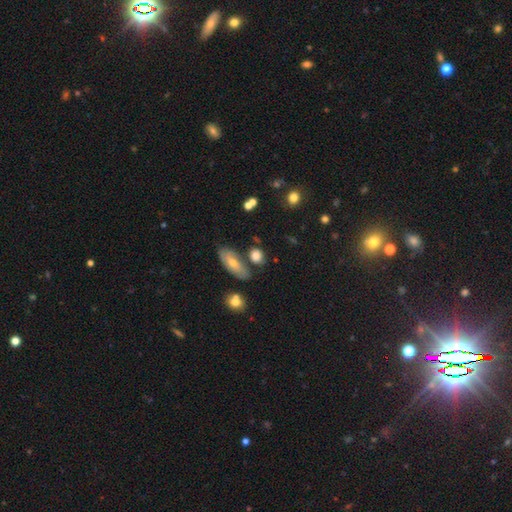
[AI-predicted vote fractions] A smooth galaxy with no disk features (77%) that is round (51%). Merging: none (65%).